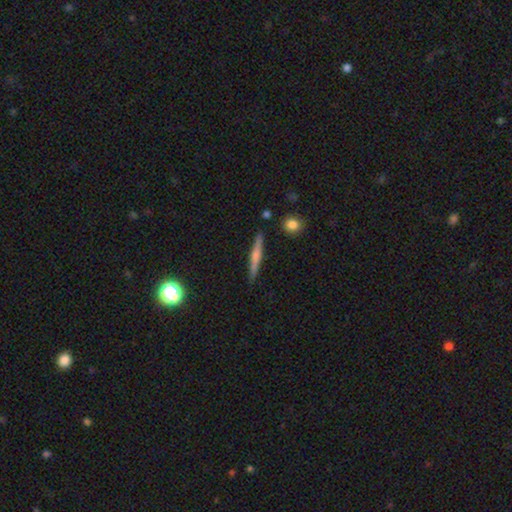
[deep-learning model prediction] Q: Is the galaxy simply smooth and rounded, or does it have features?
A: featured or disk — 54%.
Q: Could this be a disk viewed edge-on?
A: yes — 97%.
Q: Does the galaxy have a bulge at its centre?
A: rounded — 69%.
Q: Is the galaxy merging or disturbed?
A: none — 89%.